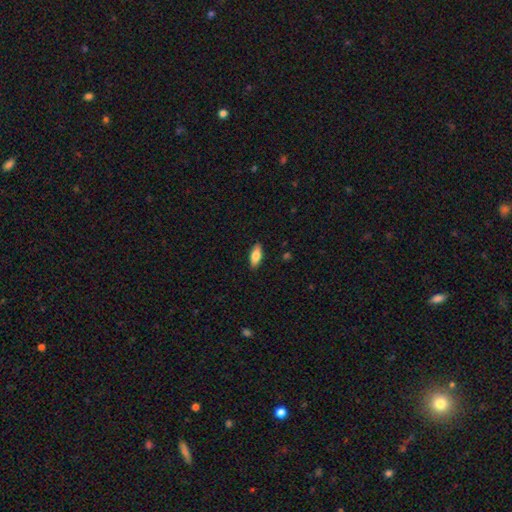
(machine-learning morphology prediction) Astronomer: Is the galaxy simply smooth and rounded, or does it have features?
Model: smooth — 77%.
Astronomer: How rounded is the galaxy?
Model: in between — 76%.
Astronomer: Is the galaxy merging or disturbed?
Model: none — 88%.